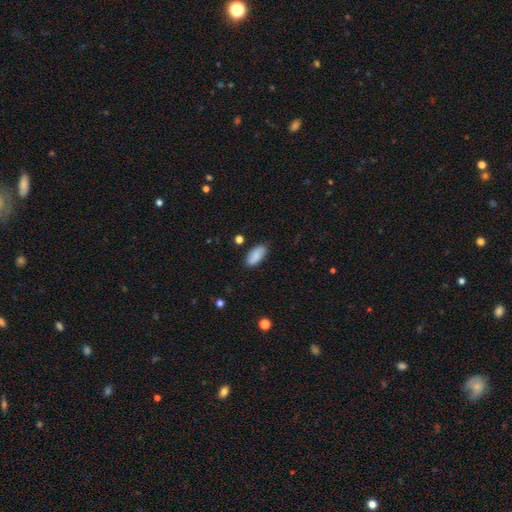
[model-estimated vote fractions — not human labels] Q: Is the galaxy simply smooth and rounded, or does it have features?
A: smooth — 86%.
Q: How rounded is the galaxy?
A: in between — 90%.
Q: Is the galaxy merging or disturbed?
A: none — 83%.